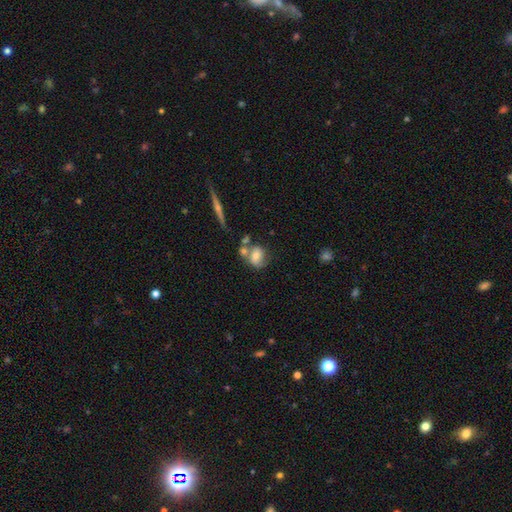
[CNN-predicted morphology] Smooth or featured? Predicted: smooth (p=0.49). Merging? Predicted: none (p=0.43).